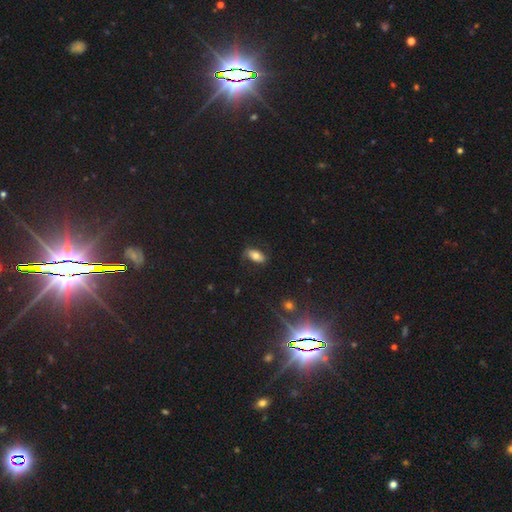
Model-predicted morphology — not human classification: Smooth or featured: smooth — 67% (featured or disk — 24%)
How rounded: in between — 87% (cigar-shaped — 8%)
Merging: none — 74% (minor disturbance — 18%)